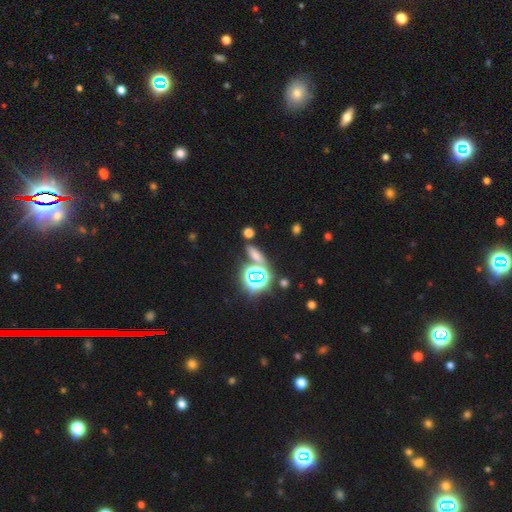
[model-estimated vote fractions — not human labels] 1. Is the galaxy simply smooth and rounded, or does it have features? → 49% smooth, 40% star or artifact, 11% featured or disk.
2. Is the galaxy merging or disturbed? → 73% none, 12% merger, 10% minor disturbance, 5% major disturbance.